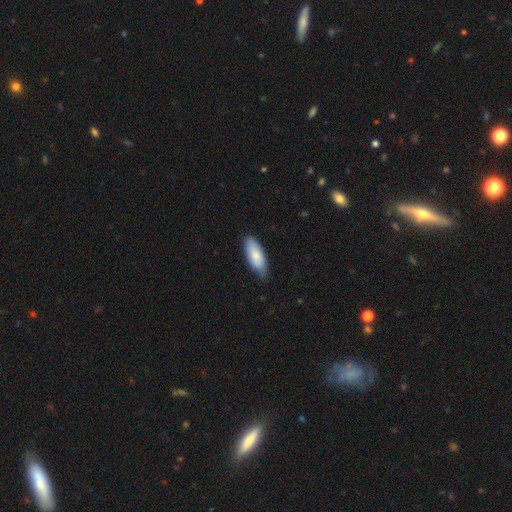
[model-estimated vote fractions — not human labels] The model was most divided on "merging": none: 78%, minor disturbance: 19%, major disturbance: 2%, merger: 1%. More confident: how rounded — in between (81%); smooth or featured — smooth (80%).